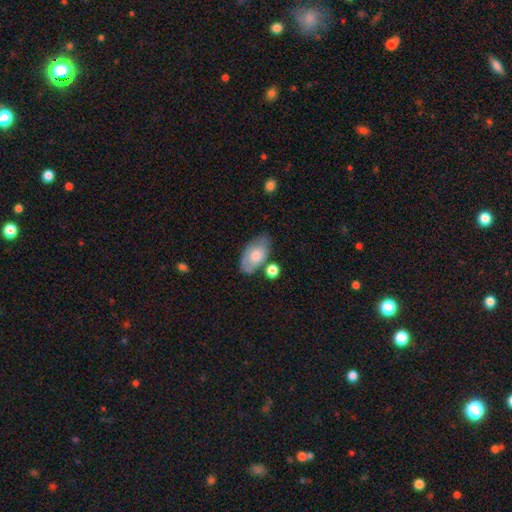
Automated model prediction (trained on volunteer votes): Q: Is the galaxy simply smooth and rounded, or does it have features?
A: smooth — 64%.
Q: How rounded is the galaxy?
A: in between — 92%.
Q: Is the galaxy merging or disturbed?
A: none — 62%.